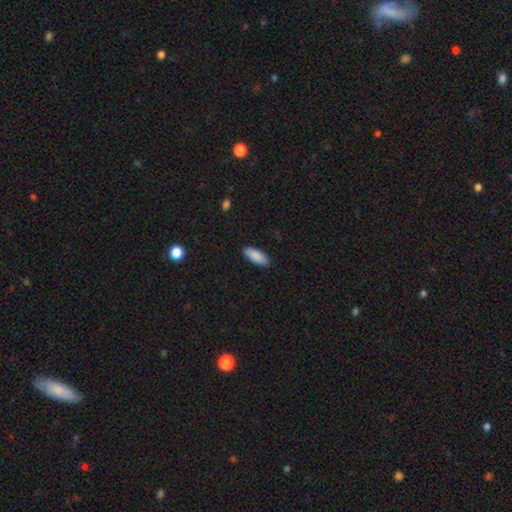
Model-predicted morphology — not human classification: Smooth or featured?
  - smooth: 89% *
  - star or artifact: 6%
  - featured or disk: 5%
How rounded?
  - in between: 77% *
  - cigar-shaped: 22%
  - round: 2%
Merging?
  - none: 89% *
  - minor disturbance: 8%
  - major disturbance: 2%
  - merger: 1%